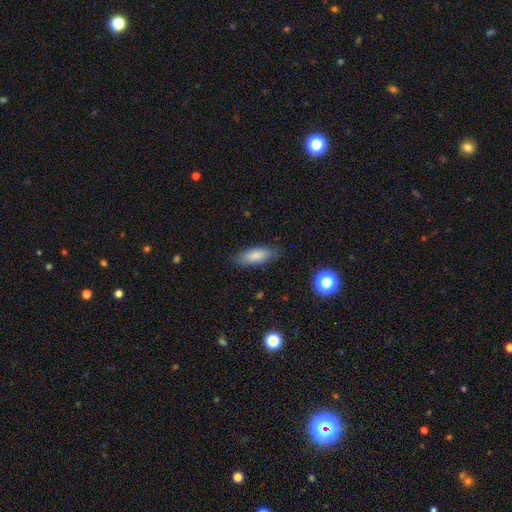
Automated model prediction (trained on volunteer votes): smooth_or_featured: smooth (p=0.83) [alt: featured or disk p=0.10]
how_rounded: in between (p=0.73) [alt: cigar-shaped p=0.25]
merging: none (p=0.83) [alt: minor disturbance p=0.13]